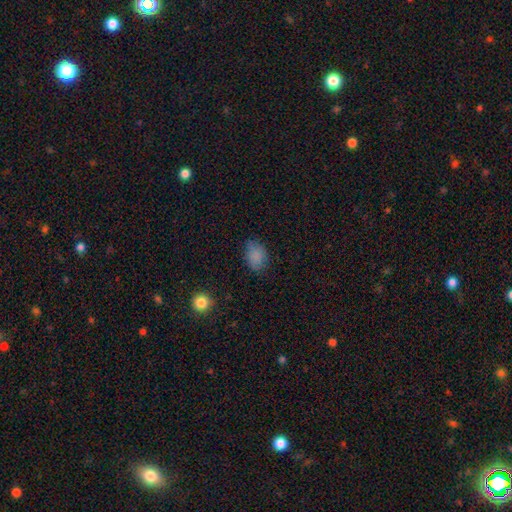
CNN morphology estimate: A smooth galaxy with no disk features (84%) that is in between round and cigar-shaped (75%). Merging: none (70%).